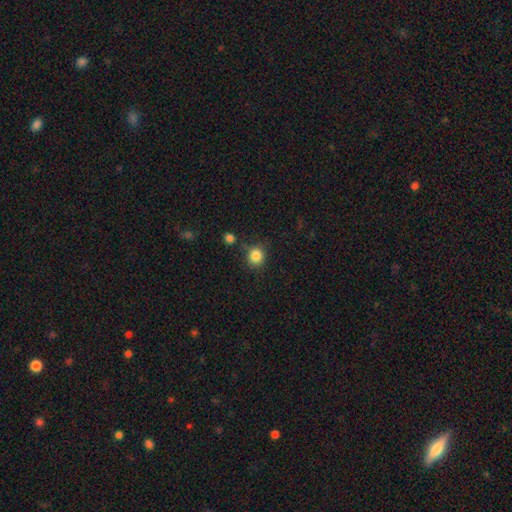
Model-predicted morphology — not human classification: Overall: smooth (85%). How rounded: round (88%). Merging: none (80%).